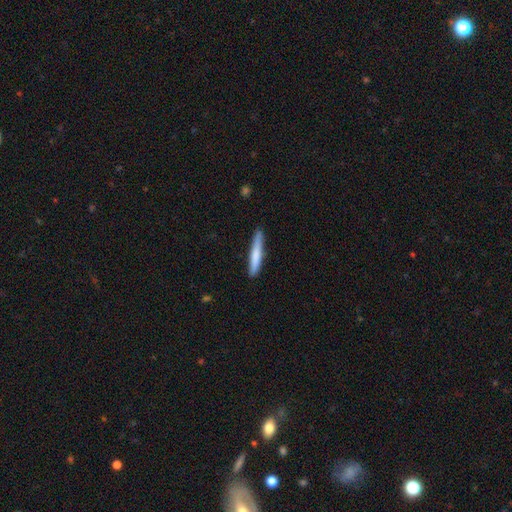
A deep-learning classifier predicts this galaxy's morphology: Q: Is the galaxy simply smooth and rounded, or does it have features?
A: smooth — 74%.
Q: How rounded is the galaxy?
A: cigar-shaped — 94%.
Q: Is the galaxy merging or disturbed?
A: none — 86%.